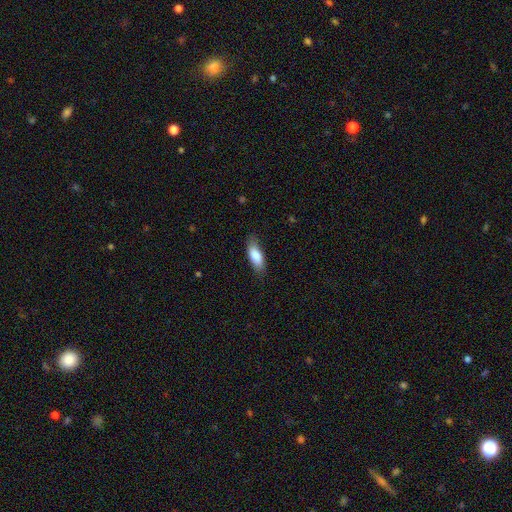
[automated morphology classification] Smooth or featured?
  - smooth: 83% *
  - featured or disk: 11%
  - star or artifact: 6%
How rounded?
  - in between: 72% *
  - cigar-shaped: 26%
  - round: 2%
Merging?
  - none: 76% *
  - minor disturbance: 18%
  - major disturbance: 4%
  - merger: 1%